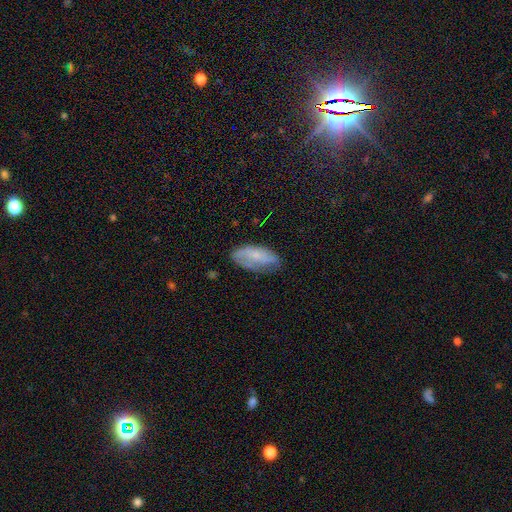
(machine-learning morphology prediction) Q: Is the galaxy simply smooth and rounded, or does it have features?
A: smooth — 49%.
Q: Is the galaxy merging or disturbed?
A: none — 61%.